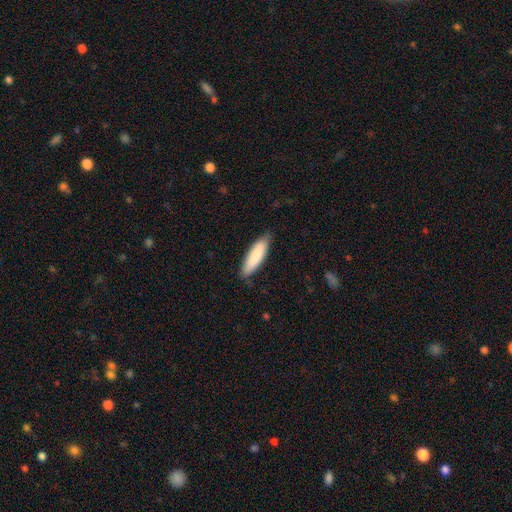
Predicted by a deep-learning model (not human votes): smooth_or_featured: smooth (p=0.85) [alt: featured or disk p=0.10]
how_rounded: cigar-shaped (p=0.59) [alt: in between p=0.40]
merging: none (p=0.81) [alt: minor disturbance p=0.16]